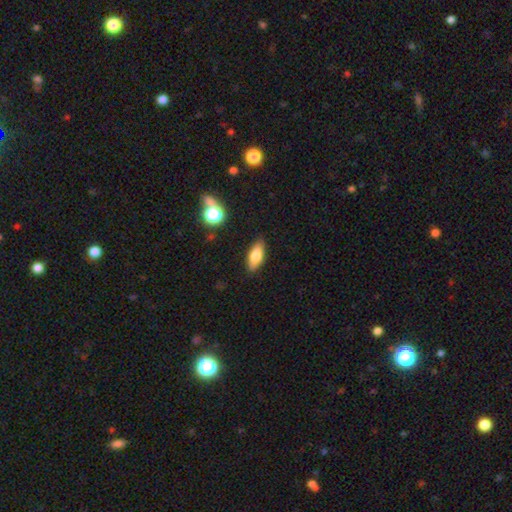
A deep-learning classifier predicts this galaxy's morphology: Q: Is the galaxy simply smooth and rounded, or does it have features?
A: smooth — 76%.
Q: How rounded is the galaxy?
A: in between — 78%.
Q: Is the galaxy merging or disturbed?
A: none — 86%.